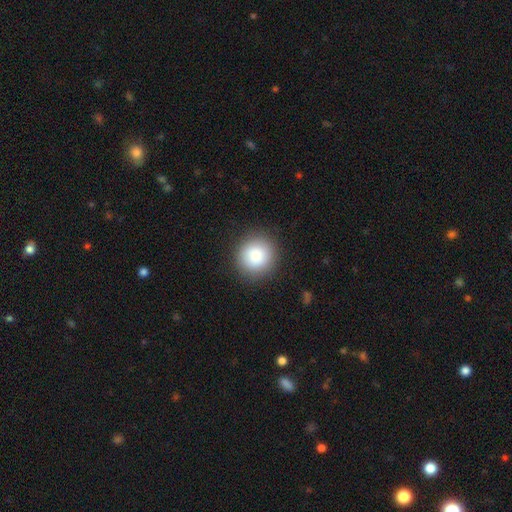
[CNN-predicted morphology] type=smooth (86%); roundness=round (91%); merging=none (89%).